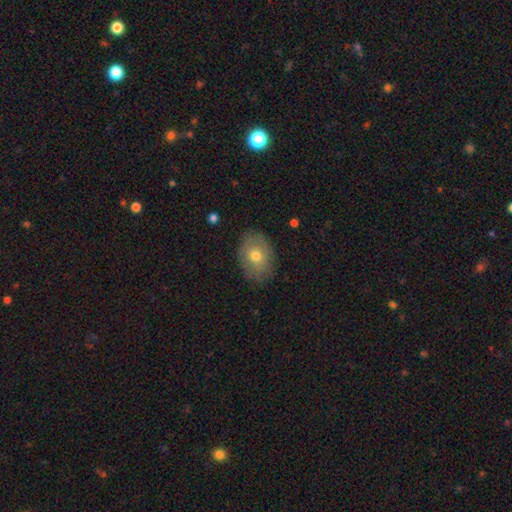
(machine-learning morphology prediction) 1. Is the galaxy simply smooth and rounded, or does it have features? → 67% smooth, 24% featured or disk, 9% star or artifact.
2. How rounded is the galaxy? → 72% in between, 27% round, 1% cigar-shaped.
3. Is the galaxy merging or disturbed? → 84% none, 12% minor disturbance, 3% major disturbance, 1% merger.